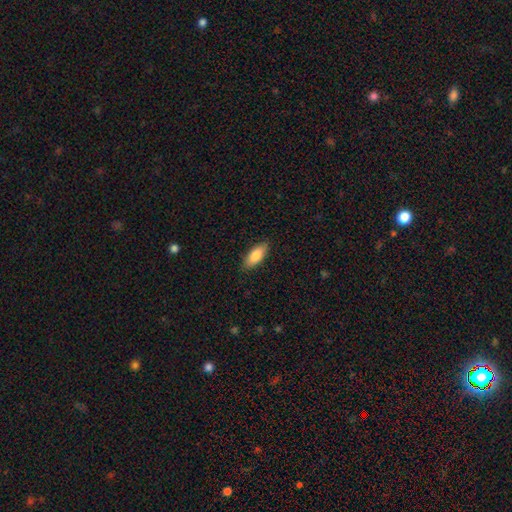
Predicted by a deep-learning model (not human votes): The model was most divided on "how rounded": in between: 80%, cigar-shaped: 18%, round: 2%. More confident: merging — none (87%); smooth or featured — smooth (83%).